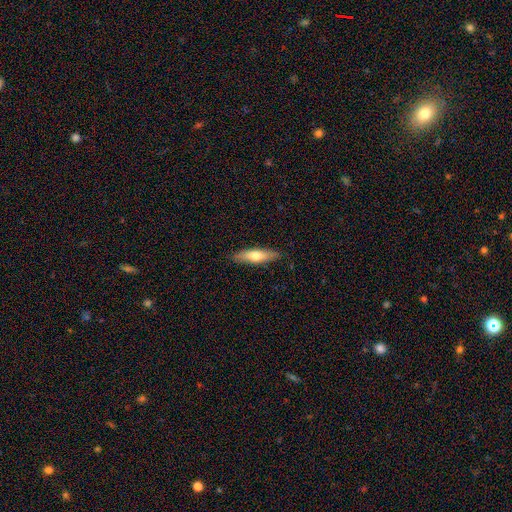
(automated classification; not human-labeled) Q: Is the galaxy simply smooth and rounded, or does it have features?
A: smooth — 58%.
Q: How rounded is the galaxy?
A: cigar-shaped — 67%.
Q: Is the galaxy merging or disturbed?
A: none — 88%.